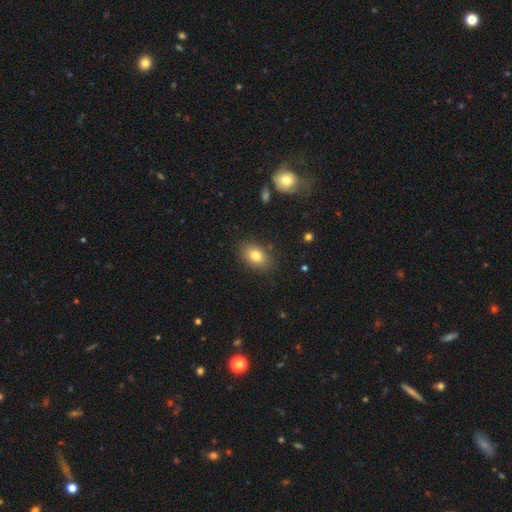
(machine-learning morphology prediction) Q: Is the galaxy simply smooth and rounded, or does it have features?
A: smooth — 79%.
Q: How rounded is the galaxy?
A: in between — 82%.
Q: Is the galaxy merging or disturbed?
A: none — 84%.